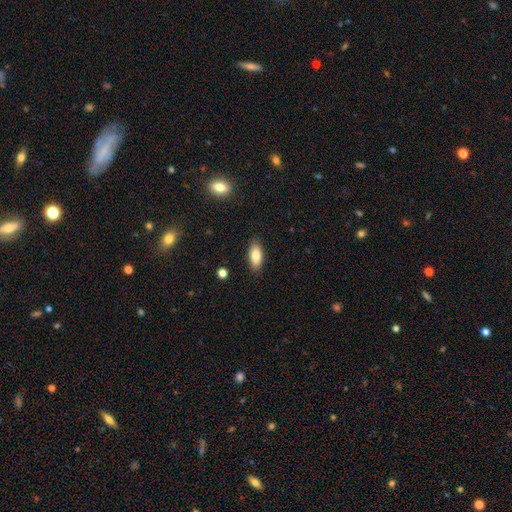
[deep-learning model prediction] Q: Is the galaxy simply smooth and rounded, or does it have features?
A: smooth — 83%.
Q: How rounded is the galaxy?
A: in between — 84%.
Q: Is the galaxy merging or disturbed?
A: none — 87%.